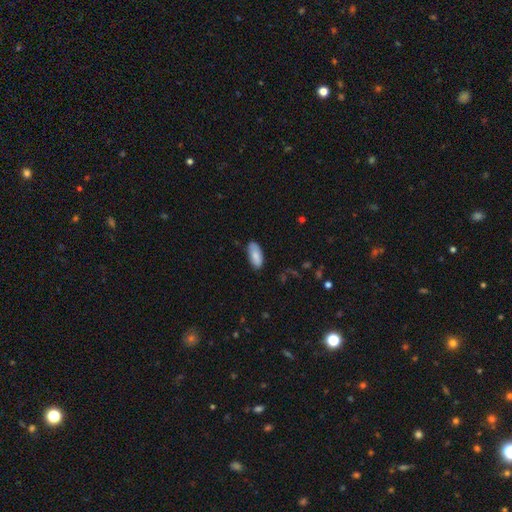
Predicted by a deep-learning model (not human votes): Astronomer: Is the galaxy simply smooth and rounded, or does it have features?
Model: smooth — 84%.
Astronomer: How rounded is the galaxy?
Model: in between — 89%.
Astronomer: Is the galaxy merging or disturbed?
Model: none — 81%.